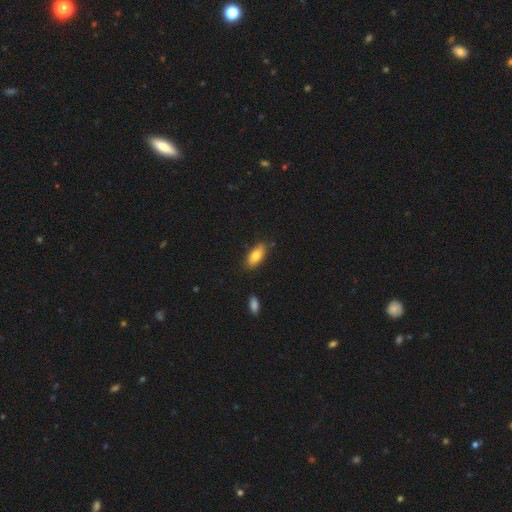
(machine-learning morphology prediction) Smooth or featured? Predicted: smooth (p=0.79). How rounded? Predicted: in between (p=0.86). Merging? Predicted: none (p=0.81).